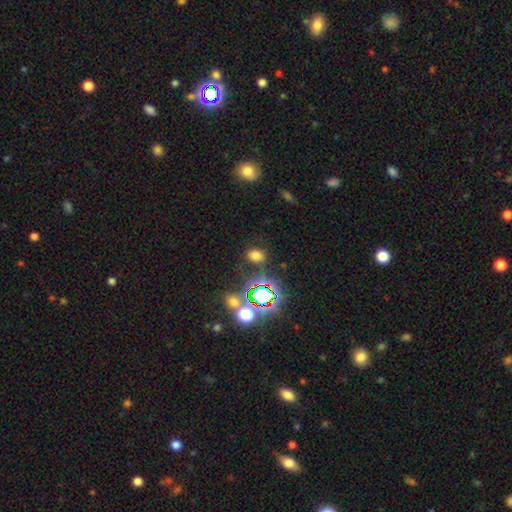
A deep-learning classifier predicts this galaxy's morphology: type=smooth (66%); roundness=in between (59%); merging=none (80%).